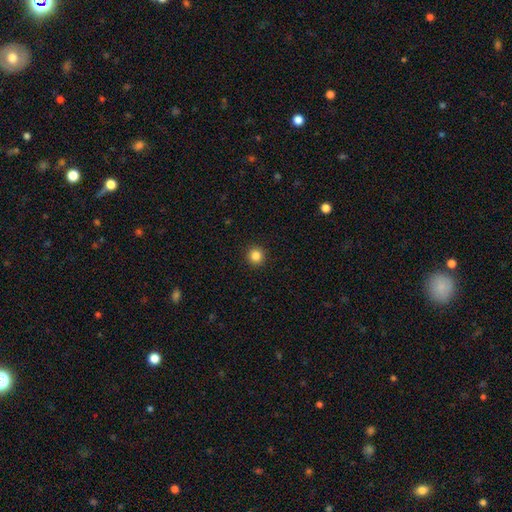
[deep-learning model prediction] A smooth galaxy with no disk features (85%) that is round (95%). Merging: none (93%).